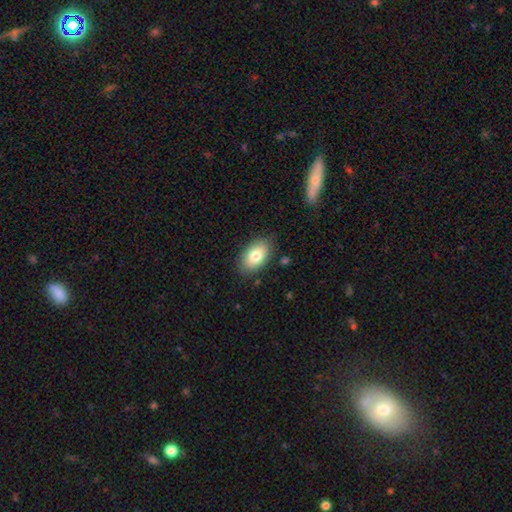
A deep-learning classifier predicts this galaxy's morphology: Smooth or featured? Predicted: smooth (p=0.79). How rounded? Predicted: in between (p=0.92). Merging? Predicted: none (p=0.83).